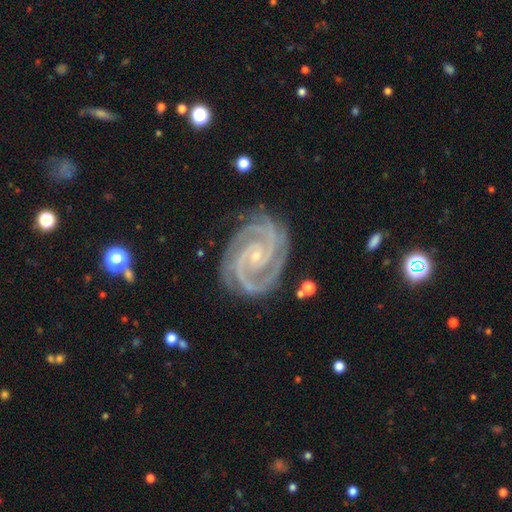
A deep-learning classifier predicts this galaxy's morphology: This is clearly a featured or disk galaxy (94%). It is clearly not viewed edge-on (98%). Bar: likely no (64%). Spiral arm pattern: clearly yes (99%). Spiral arm count: likely 2 (62%). Spiral winding: likely tight (73%). Central bulge: clearly small (87%). Merging: likely none (80%).